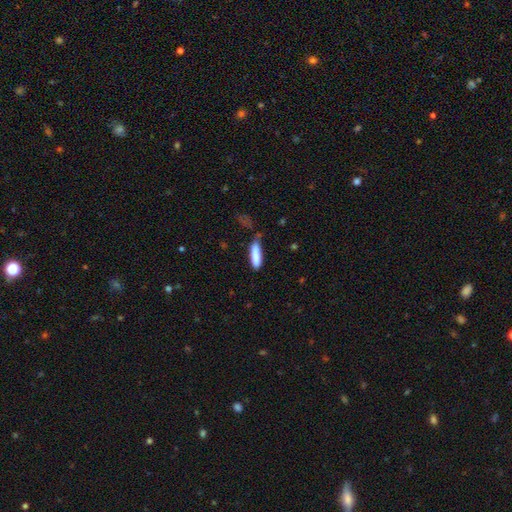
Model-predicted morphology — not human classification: The model was most divided on "merging": none: 54%, minor disturbance: 28%, major disturbance: 10%, merger: 7%. More confident: smooth or featured — smooth (82%); how rounded — cigar-shaped (71%).